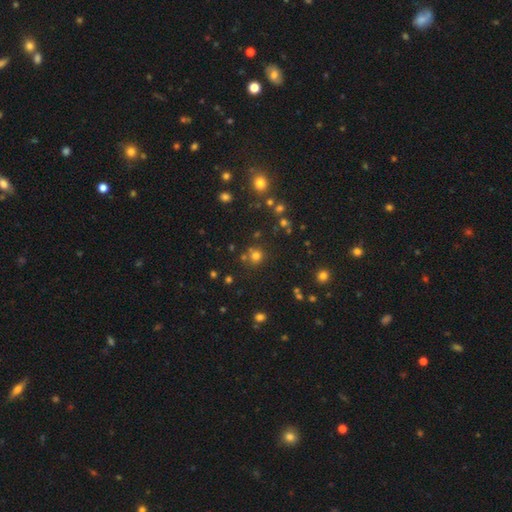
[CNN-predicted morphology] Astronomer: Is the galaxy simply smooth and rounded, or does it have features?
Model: smooth — 69%.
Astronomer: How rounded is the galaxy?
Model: round — 90%.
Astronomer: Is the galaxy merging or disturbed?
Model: none — 74%.